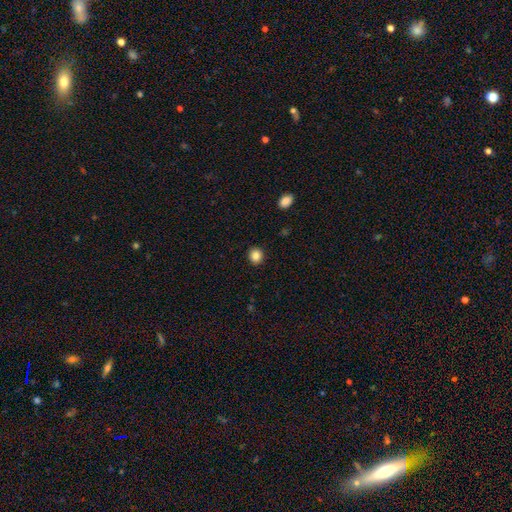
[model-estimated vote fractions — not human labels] A smooth galaxy with no disk features (85%) that is round (88%). Merging: none (92%).